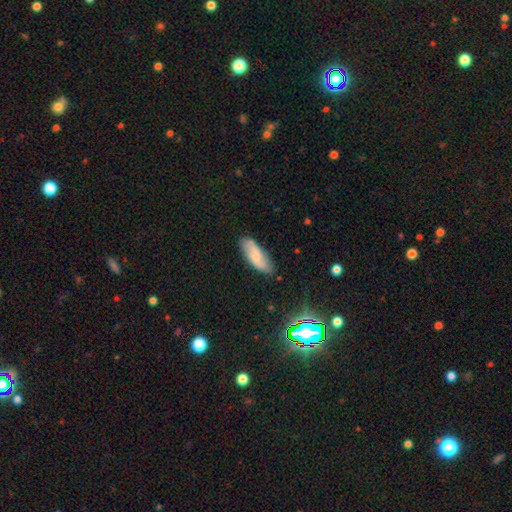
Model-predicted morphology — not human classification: Smooth or featured?
  - smooth: 57% *
  - featured or disk: 36%
  - star or artifact: 8%
How rounded?
  - in between: 70% *
  - cigar-shaped: 28%
  - round: 2%
Merging?
  - none: 79% *
  - minor disturbance: 16%
  - major disturbance: 3%
  - merger: 2%